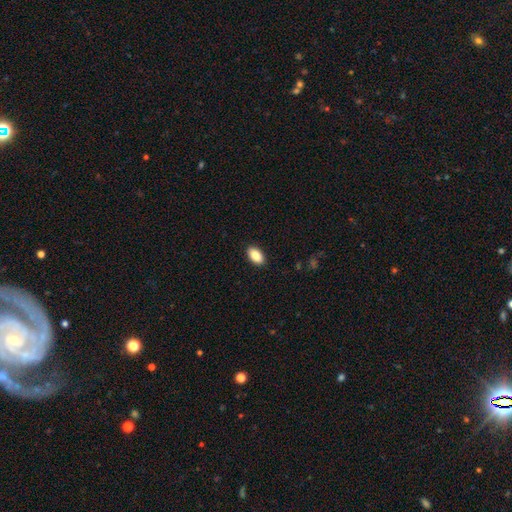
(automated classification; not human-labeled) smooth 88%, star or artifact 7%, featured or disk 5%. Down the decision tree: how rounded — in between (93%); merging — none (90%).